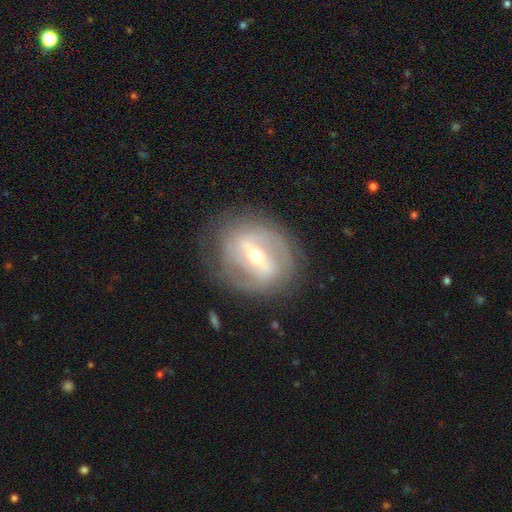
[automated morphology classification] A featured or disk galaxy (81%) with a strong bar (56%), 2 (59%) tight (49%) spiral arms (78%) and a small central bulge (52%).

Vote fractions:
- Smooth or featured? featured or disk: 81% / smooth: 13% / star or artifact: 6%
- Edge-on disk? no: 94% / yes: 6%
- Bar? strong: 56% / weak: 32% / no: 12%
- Spiral arms? yes: 78% / no: 22%
- Spiral winding? tight: 49% / medium: 36% / loose: 15%
- Spiral arm count? 2: 59% / can't tell: 25% / 3: 8% / 1: 4% / 4: 3% / more than 4: 2%
- Bulge size? small: 52% / moderate: 45% / large: 2% / dominant: 1% / none: 1%
- Merging? none: 75% / minor disturbance: 16% / major disturbance: 8% / merger: 1%